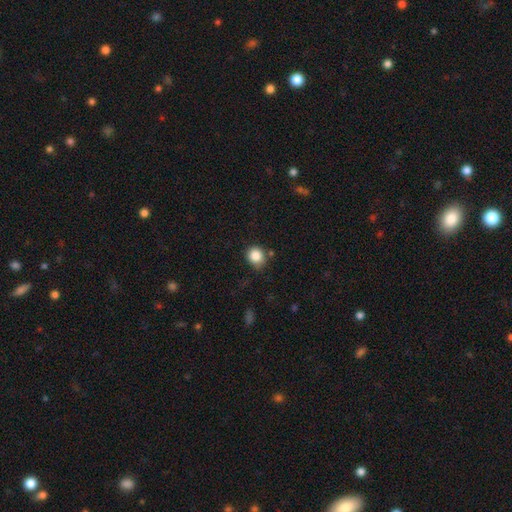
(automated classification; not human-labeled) The model was most divided on "merging": none: 75%, minor disturbance: 17%, merger: 4%, major disturbance: 4%. More confident: smooth or featured — smooth (86%); how rounded — round (80%).